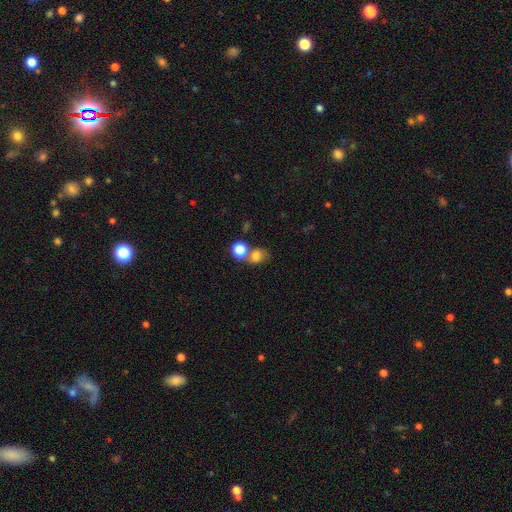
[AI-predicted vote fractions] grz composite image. It shows a smooth galaxy with no disk features (76%) that is round (59%). Merging: none (46%).